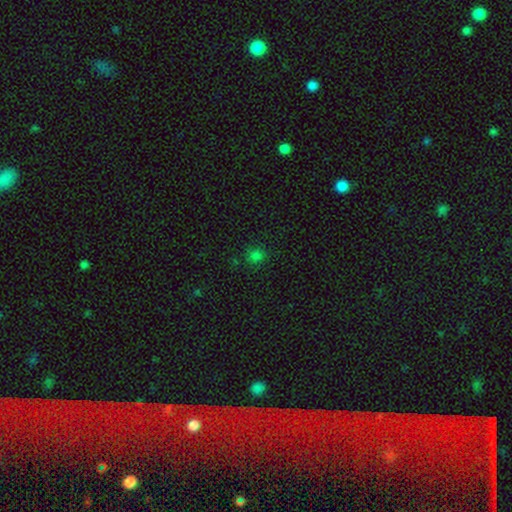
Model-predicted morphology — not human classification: A smooth galaxy with no disk features (76%) that is round (83%). Merging: none (85%).